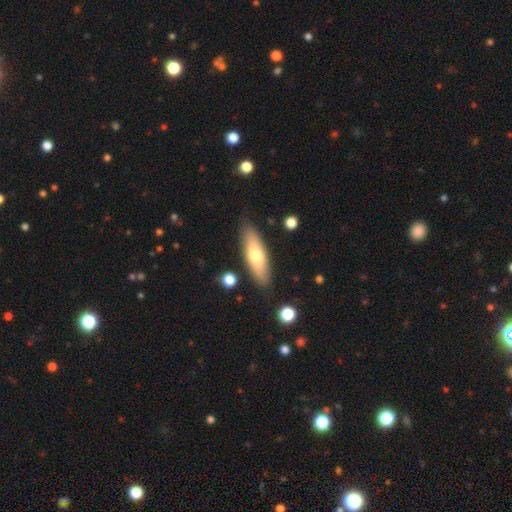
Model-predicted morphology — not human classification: Smooth or featured? Predicted: smooth (p=0.64). How rounded? Predicted: in between (p=0.51). Merging? Predicted: none (p=0.84).